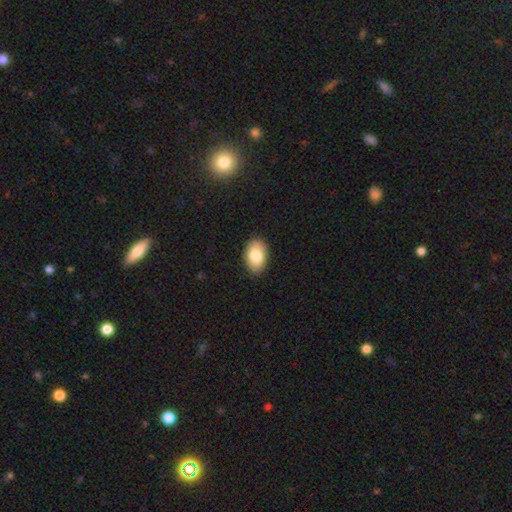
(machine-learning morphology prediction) This appears to be a smooth galaxy with no disk features (82%) that is in between round and cigar-shaped (88%). Merging: none (85%).